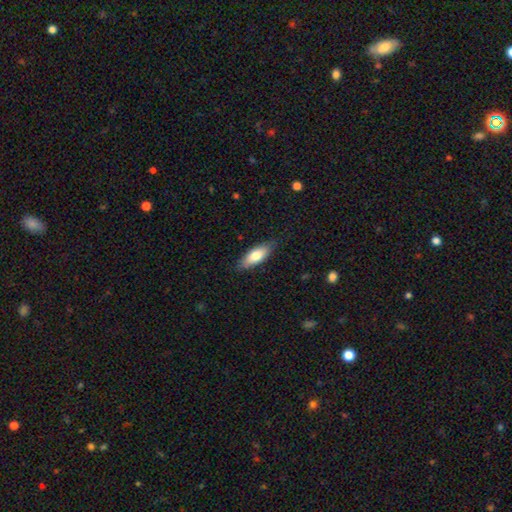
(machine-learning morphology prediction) The model was most divided on "how rounded": in between: 70%, cigar-shaped: 28%, round: 2%. More confident: merging — none (84%); smooth or featured — smooth (74%).